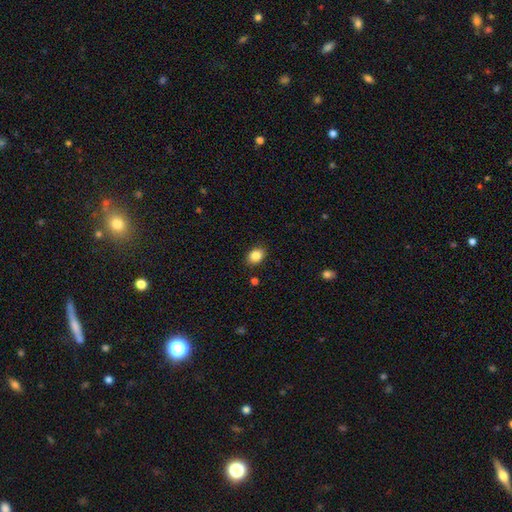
smooth 97%, star or artifact 3%, featured or disk 0%. Down the decision tree: how rounded — in between (71%); merging — none (94%).